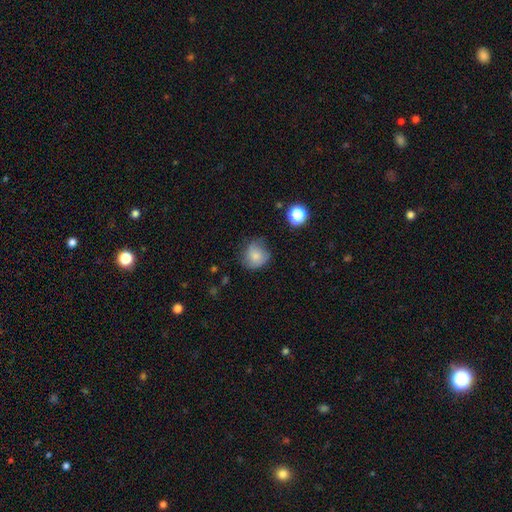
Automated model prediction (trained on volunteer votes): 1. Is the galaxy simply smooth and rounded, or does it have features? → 74% smooth, 16% featured or disk, 10% star or artifact.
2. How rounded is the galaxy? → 79% round, 20% in between, 1% cigar-shaped.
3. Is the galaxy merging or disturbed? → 57% none, 31% minor disturbance, 10% major disturbance, 2% merger.